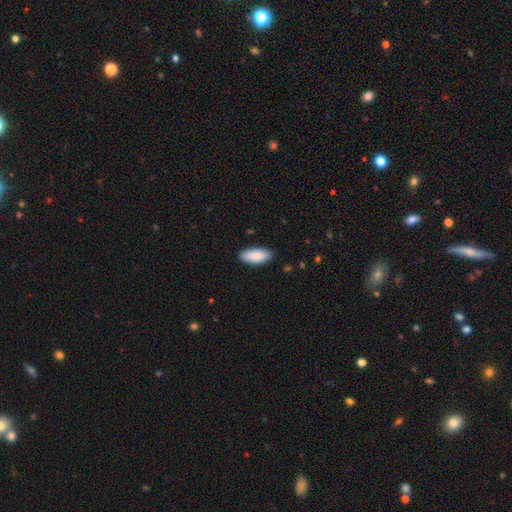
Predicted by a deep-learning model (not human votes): Smooth or featured? smooth (88%)
How rounded? in between (87%)
Merging? none (86%)